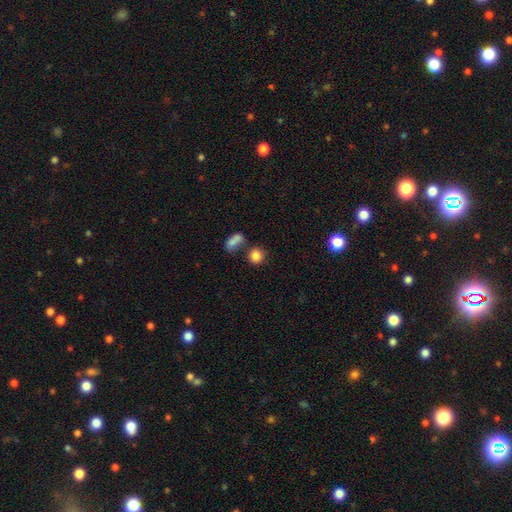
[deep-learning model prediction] This is clearly a smooth galaxy (84%). How rounded: likely round (77%). Merging: likely none (64%).